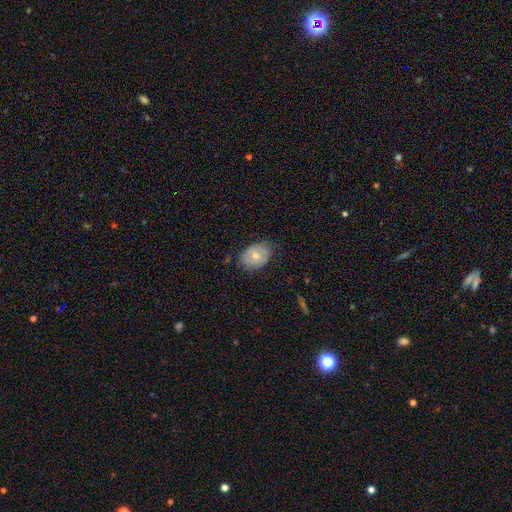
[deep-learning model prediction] Smooth or featured? Predicted: smooth (p=0.68). How rounded? Predicted: in between (p=0.78). Merging? Predicted: none (p=0.70).